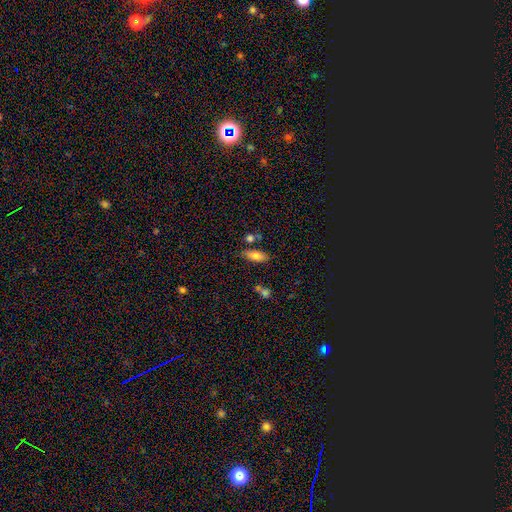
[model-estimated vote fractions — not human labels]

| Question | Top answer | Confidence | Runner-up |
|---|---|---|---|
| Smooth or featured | smooth | 78% | featured or disk (14%) |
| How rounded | in between | 79% | cigar-shaped (18%) |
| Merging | none | 70% | minor disturbance (15%) |